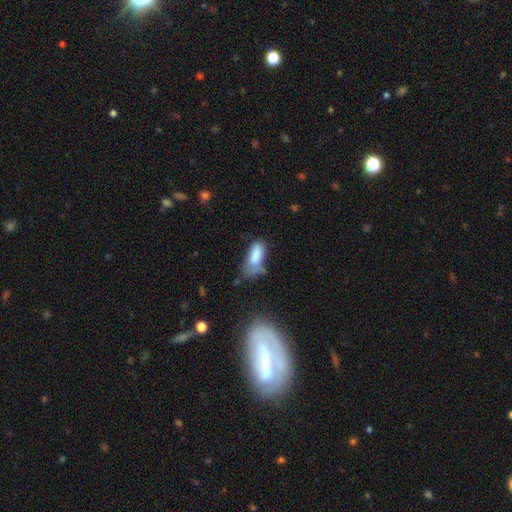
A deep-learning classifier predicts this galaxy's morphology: The model was most divided on "merging": minor disturbance: 35%, none: 30%, major disturbance: 26%, merger: 9%. More confident: how rounded — in between (83%); smooth or featured — smooth (79%).